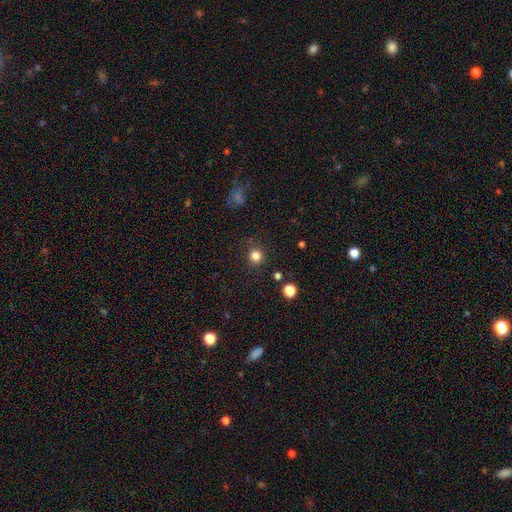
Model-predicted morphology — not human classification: Q: Smooth or featured?
A: smooth (83%); runner-up: star or artifact (13%)
Q: How rounded?
A: round (92%); runner-up: in between (7%)
Q: Merging?
A: none (86%); runner-up: minor disturbance (9%)